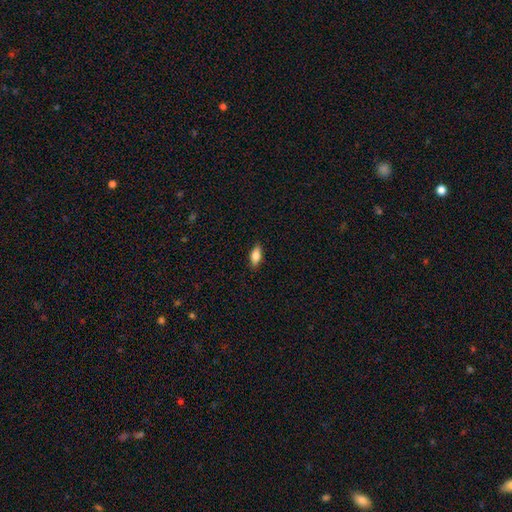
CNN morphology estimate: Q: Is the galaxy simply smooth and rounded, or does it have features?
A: smooth — 83%.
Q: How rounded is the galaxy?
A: in between — 85%.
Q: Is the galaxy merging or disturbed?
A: none — 87%.